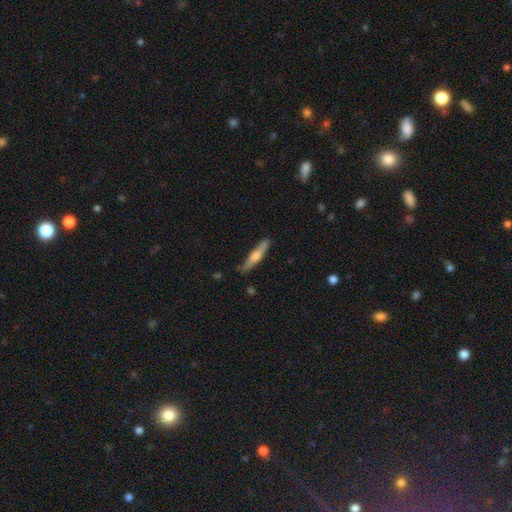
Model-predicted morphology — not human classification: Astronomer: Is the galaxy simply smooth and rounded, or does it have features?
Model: featured or disk — 53% (runner-up: smooth, 42%).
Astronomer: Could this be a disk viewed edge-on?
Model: yes — 96%.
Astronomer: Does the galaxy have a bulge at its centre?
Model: rounded — 85%.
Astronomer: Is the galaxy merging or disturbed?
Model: none — 85%.